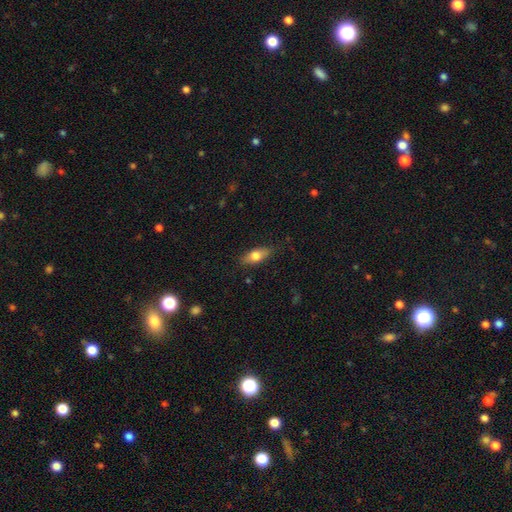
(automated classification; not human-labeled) Q: Smooth or featured?
A: smooth (69%); runner-up: featured or disk (25%)
Q: How rounded?
A: in between (76%); runner-up: cigar-shaped (19%)
Q: Merging?
A: none (82%); runner-up: minor disturbance (14%)